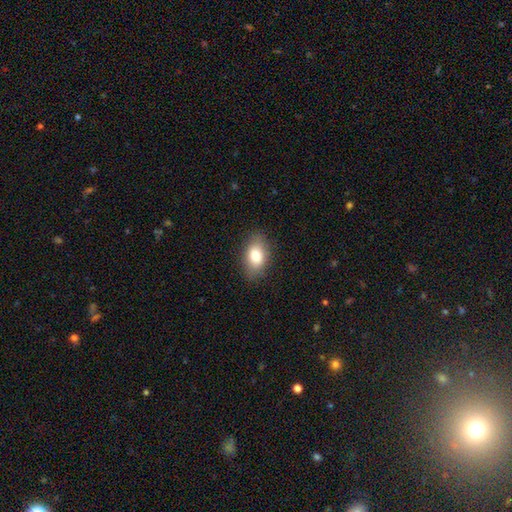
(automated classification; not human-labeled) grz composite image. It shows a smooth galaxy with no disk features (81%) that is in between round and cigar-shaped (89%). Merging: none (84%).